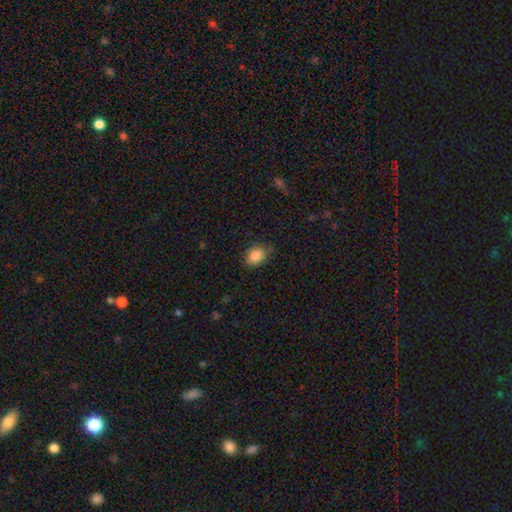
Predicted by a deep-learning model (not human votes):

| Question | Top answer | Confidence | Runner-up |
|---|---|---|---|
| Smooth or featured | smooth | 86% | star or artifact (8%) |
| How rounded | in between | 66% | round (32%) |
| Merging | none | 74% | minor disturbance (20%) |